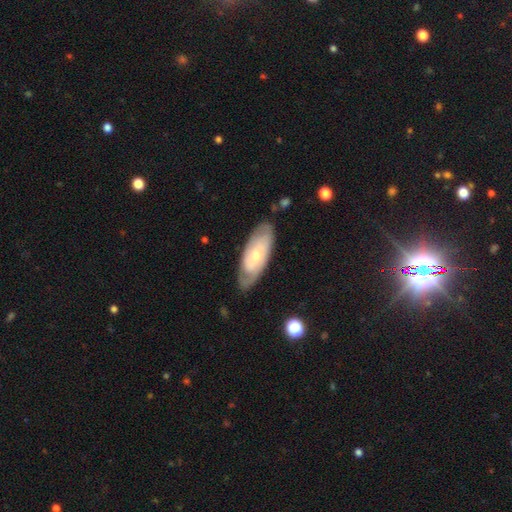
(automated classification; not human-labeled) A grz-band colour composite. It shows a featured or disk galaxy (59%) with no bar (68%), spiral arms (76%) and a small central bulge (55%). Merging: none (74%).